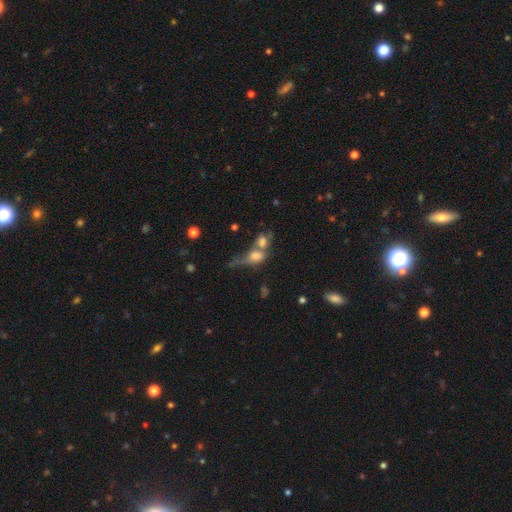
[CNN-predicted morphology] This is possibly a smooth galaxy (59%). How rounded: likely in between (63%). Merging: likely merger (60%).